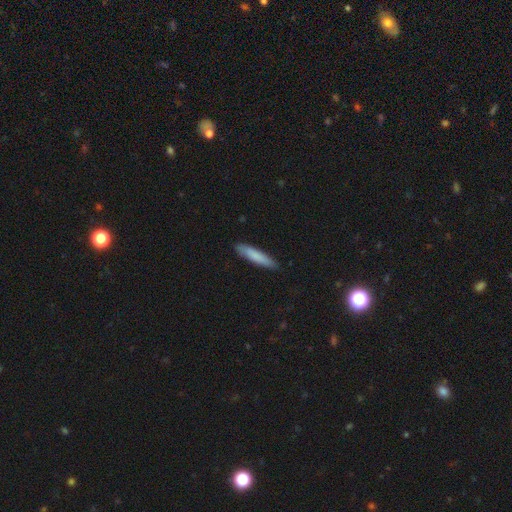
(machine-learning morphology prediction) The model was most divided on "smooth or featured": smooth: 82%, featured or disk: 13%, star or artifact: 6%. More confident: merging — none (87%); how rounded — cigar-shaped (87%).